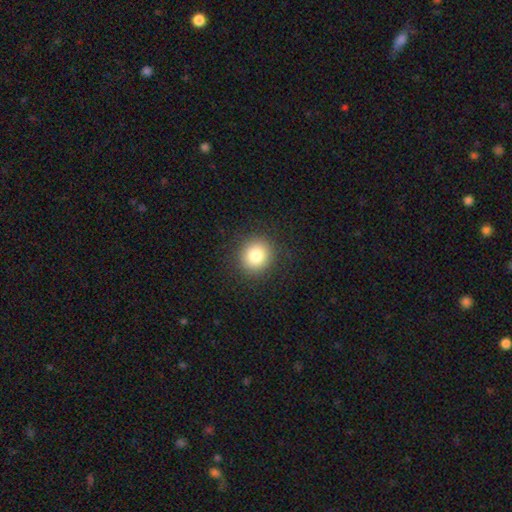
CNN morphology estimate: smooth-or-featured: smooth: 81% | star or artifact: 11% | featured or disk: 8%
  how-rounded: round: 87% | in between: 12% | cigar-shaped: 1%
  merging: none: 90% | minor disturbance: 7% | major disturbance: 3% | merger: 1%